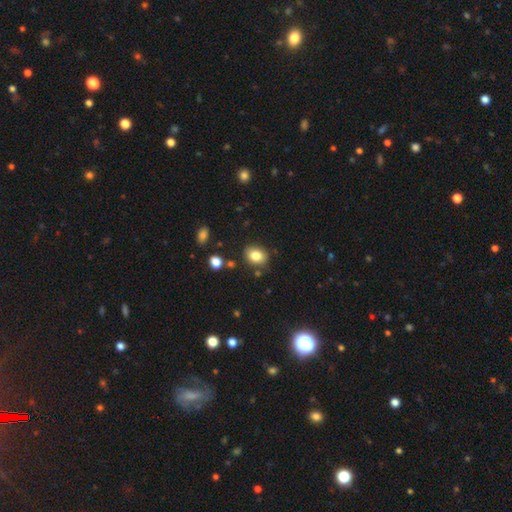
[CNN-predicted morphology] This appears to be a smooth galaxy with no disk features (84%) that is in between round and cigar-shaped (61%). Merging: none (82%).